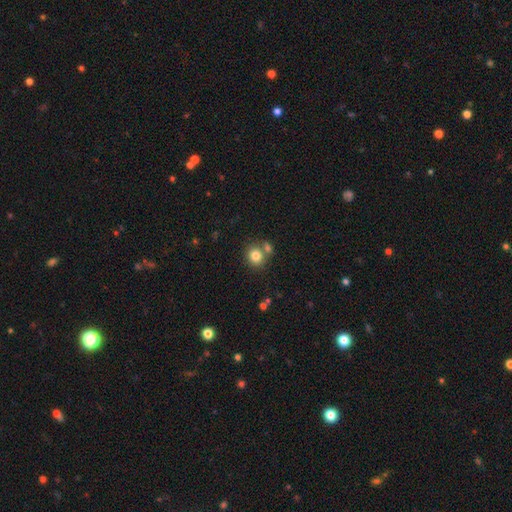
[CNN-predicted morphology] Smooth or featured: smooth — 81% (star or artifact — 10%)
How rounded: round — 80% (in between — 19%)
Merging: none — 60% (merger — 27%)